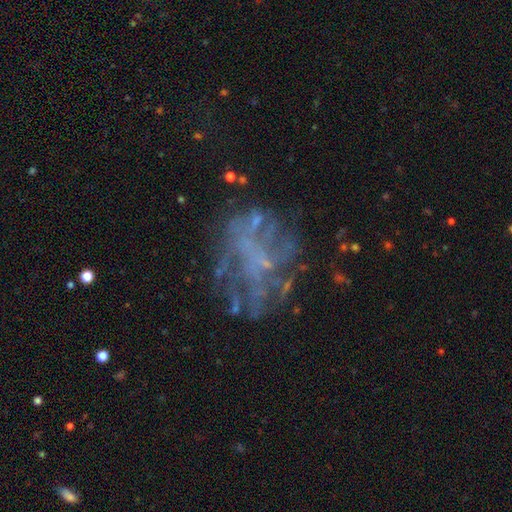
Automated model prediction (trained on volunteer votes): Smooth or featured?
  - featured or disk: 60% *
  - star or artifact: 25%
  - smooth: 15%
Edge-on disk?
  - no: 97% *
  - yes: 3%
Bar?
  - no: 84% *
  - weak: 12%
  - strong: 4%
Spiral arms?
  - no: 77% *
  - yes: 23%
Bulge size?
  - none: 70% *
  - small: 21%
  - moderate: 6%
  - large: 1%
  - dominant: 1%
Merging?
  - none: 60% *
  - major disturbance: 21%
  - minor disturbance: 15%
  - merger: 4%